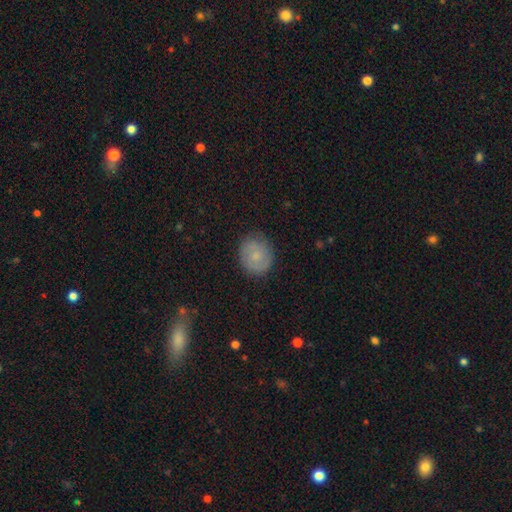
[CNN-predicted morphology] smooth 64%, featured or disk 28%, star or artifact 8%. Down the decision tree: how rounded — round (72%); merging — none (81%).